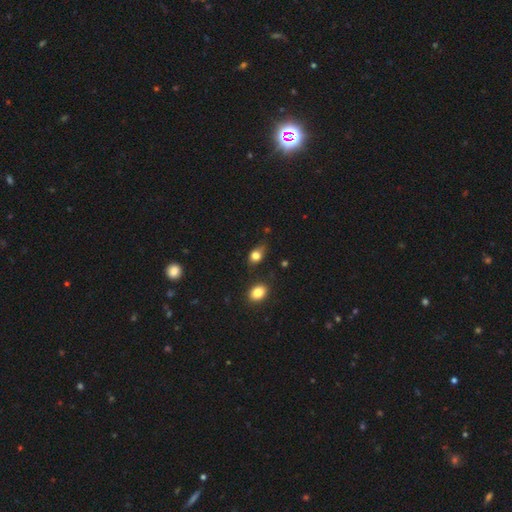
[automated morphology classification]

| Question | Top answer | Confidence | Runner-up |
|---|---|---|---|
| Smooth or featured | smooth | 80% | star or artifact (10%) |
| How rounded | in between | 68% | round (30%) |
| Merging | none | 62% | minor disturbance (27%) |